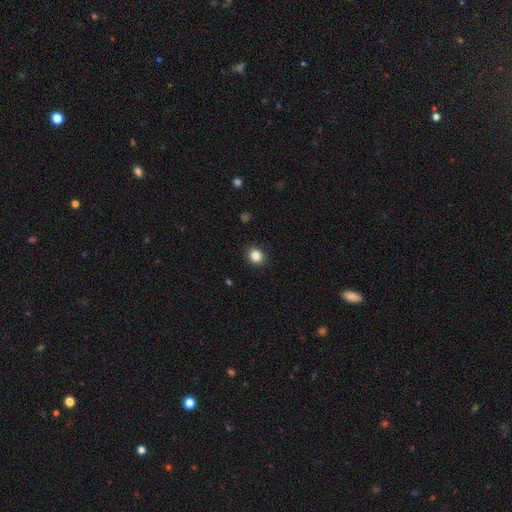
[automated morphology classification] A smooth galaxy with no disk features (85%) that is round (78%). Merging: none (92%).